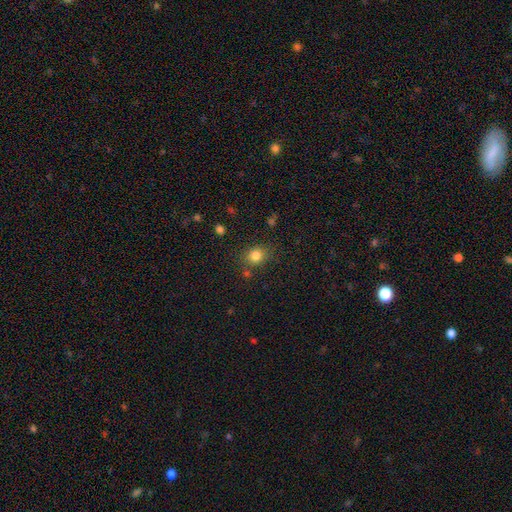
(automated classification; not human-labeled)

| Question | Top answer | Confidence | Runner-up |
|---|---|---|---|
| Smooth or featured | smooth | 82% | star or artifact (12%) |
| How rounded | round | 68% | in between (31%) |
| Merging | none | 77% | minor disturbance (13%) |